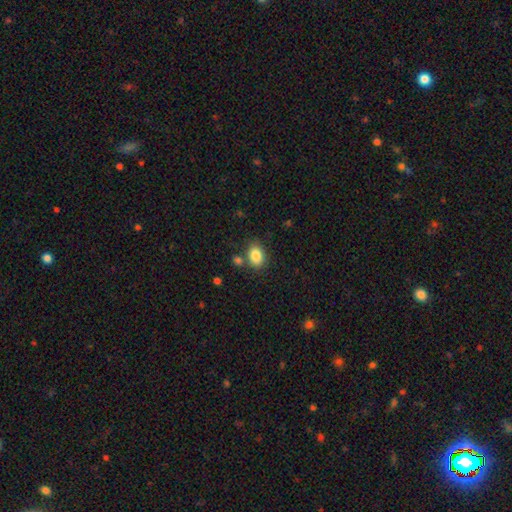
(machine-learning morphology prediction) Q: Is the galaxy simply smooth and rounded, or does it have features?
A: smooth — 85%.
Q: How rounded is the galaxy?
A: in between — 69%.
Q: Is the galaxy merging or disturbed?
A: none — 72%.